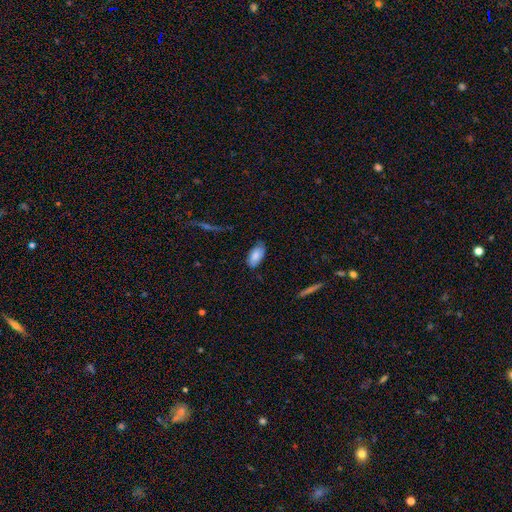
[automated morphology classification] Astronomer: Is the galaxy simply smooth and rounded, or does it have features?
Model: smooth — 83%.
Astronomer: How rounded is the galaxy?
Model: in between — 94%.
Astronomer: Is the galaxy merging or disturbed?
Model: none — 76%.